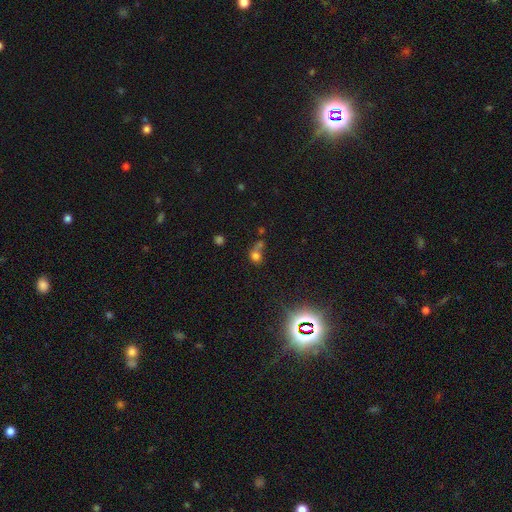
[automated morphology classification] Smooth or featured? Predicted: smooth (p=0.66). How rounded? Predicted: round (p=0.72). Merging? Predicted: merger (p=0.42).